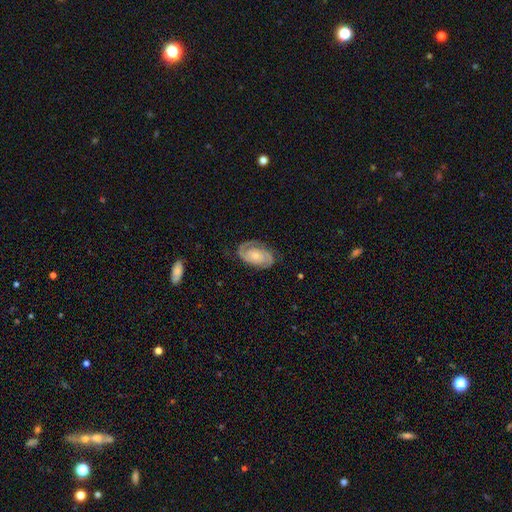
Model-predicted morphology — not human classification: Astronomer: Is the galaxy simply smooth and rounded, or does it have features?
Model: featured or disk — 80%.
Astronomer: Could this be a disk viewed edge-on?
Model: no — 96%.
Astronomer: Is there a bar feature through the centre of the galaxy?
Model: no — 72%.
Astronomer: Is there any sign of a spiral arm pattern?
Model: yes — 94%.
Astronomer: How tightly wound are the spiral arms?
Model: tight — 61%.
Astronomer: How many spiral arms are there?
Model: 2 — 71%.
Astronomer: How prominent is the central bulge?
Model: small — 53% (runner-up: moderate, 41%).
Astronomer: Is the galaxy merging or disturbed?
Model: none — 75%.